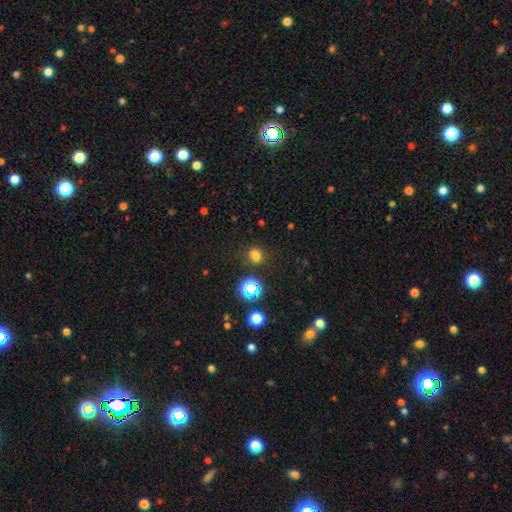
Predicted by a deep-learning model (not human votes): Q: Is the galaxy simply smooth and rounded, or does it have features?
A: smooth — 71%.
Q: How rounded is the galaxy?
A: round — 69%.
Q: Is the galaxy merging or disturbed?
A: none — 81%.